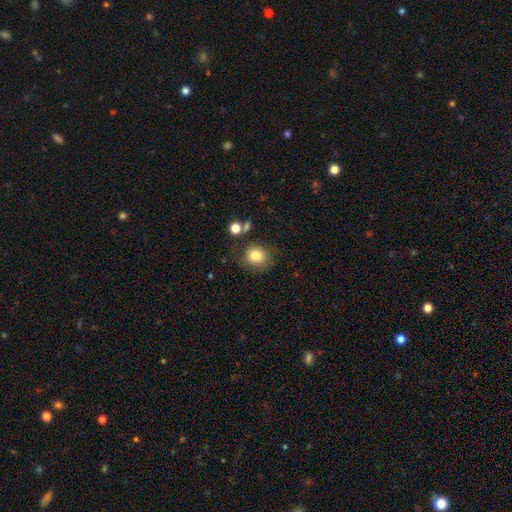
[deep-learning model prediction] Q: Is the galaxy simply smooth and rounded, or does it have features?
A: smooth — 80%.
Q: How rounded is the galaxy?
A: round — 76%.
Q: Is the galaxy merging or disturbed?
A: none — 71%.